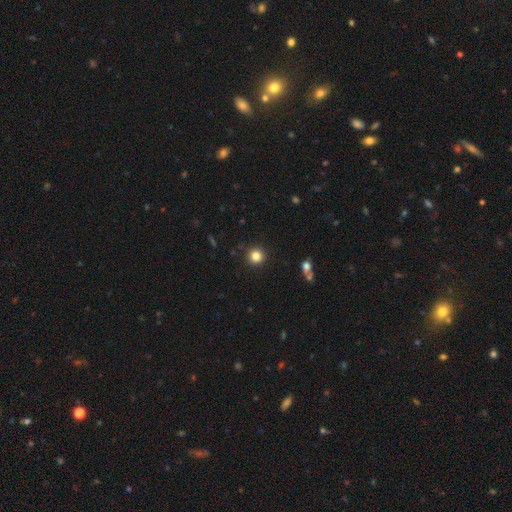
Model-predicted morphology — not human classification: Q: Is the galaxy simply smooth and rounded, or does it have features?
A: smooth — 83%.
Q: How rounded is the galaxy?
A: round — 94%.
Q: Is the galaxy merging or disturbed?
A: none — 91%.